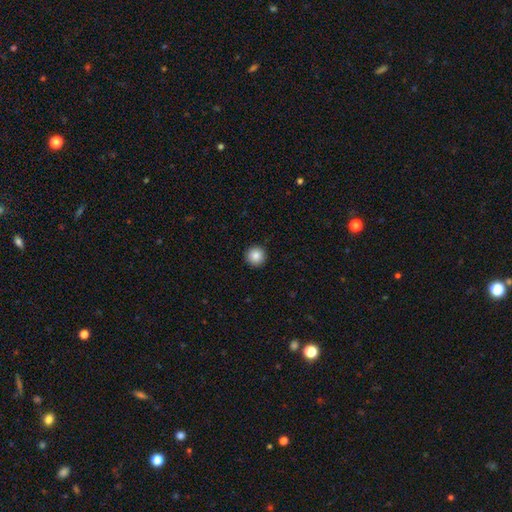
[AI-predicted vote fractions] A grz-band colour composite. It shows a smooth galaxy with no disk features (87%) that is round (96%). Merging: none (93%).